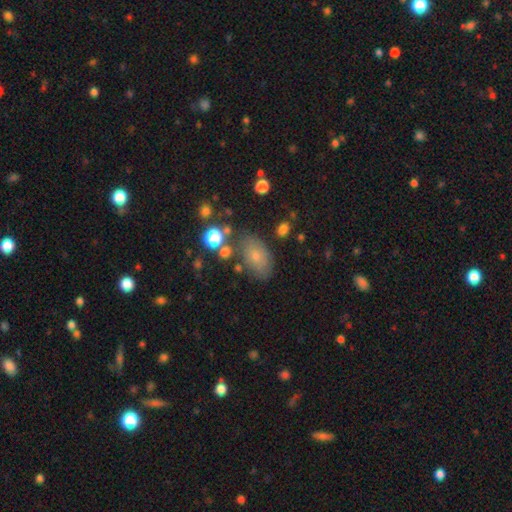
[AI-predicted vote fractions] This appears to be a smooth galaxy with no disk features (69%) that is in between round and cigar-shaped (88%). Merging: none (69%).